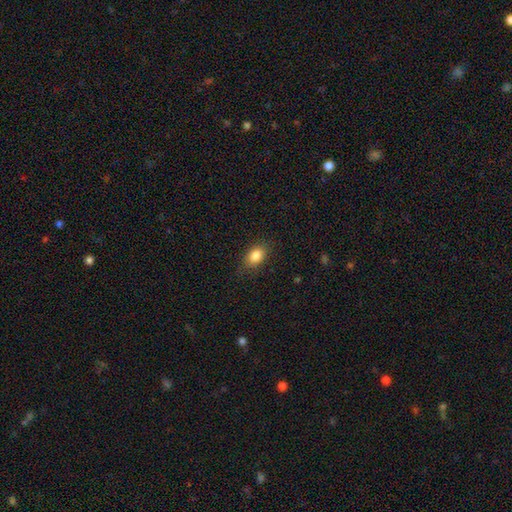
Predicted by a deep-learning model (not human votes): smooth_or_featured: smooth (p=0.85) [alt: star or artifact p=0.09]
how_rounded: in between (p=0.82) [alt: round p=0.16]
merging: none (p=0.84) [alt: minor disturbance p=0.12]